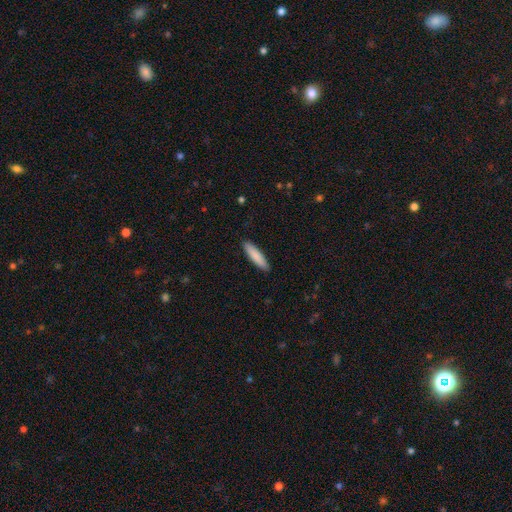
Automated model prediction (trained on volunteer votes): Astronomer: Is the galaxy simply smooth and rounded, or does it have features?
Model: smooth — 85%.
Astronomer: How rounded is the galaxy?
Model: cigar-shaped — 81%.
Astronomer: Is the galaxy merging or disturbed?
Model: none — 90%.